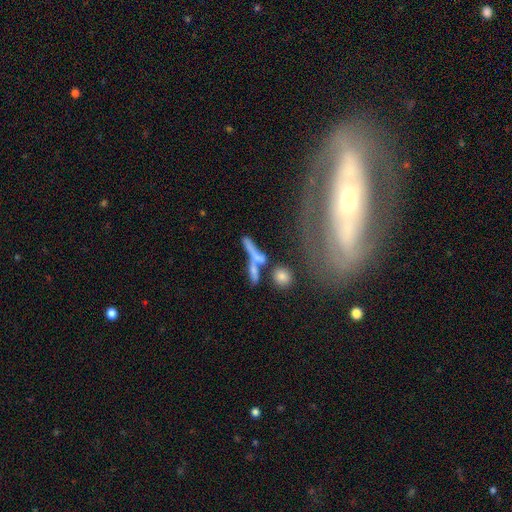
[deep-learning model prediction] Smooth or featured? Predicted: smooth (p=0.54). How rounded? Predicted: cigar-shaped (p=0.75). Merging? Predicted: merger (p=0.39).